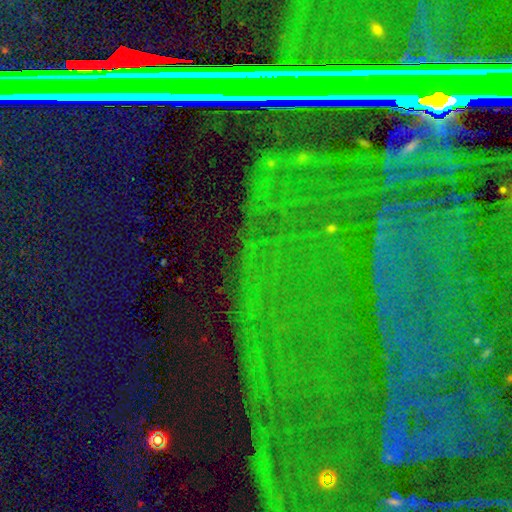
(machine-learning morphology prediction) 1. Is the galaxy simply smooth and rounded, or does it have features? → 84% star or artifact, 9% featured or disk, 7% smooth.